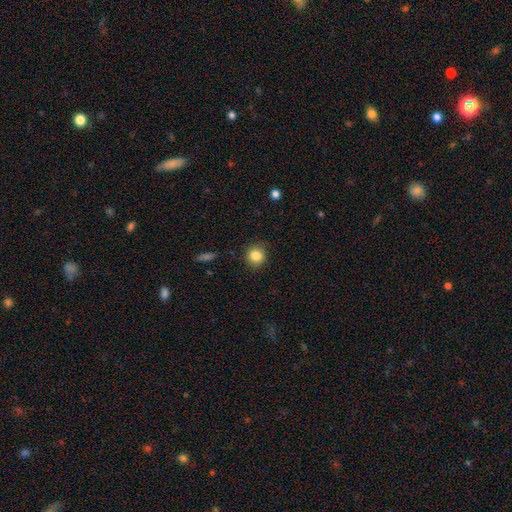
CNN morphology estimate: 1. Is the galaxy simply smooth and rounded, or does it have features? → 84% smooth, 10% star or artifact, 6% featured or disk.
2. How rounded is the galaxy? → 89% round, 10% in between, 1% cigar-shaped.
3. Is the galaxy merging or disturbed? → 88% none, 9% minor disturbance, 2% major disturbance, 1% merger.